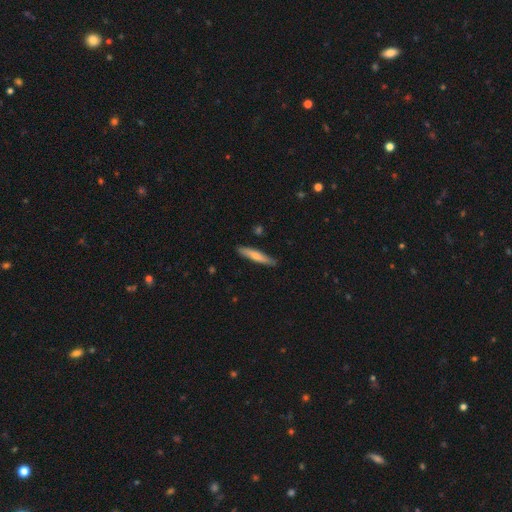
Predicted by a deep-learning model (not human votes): Morphology: type=smooth (65%); roundness=cigar-shaped (91%); merging=none (87%).